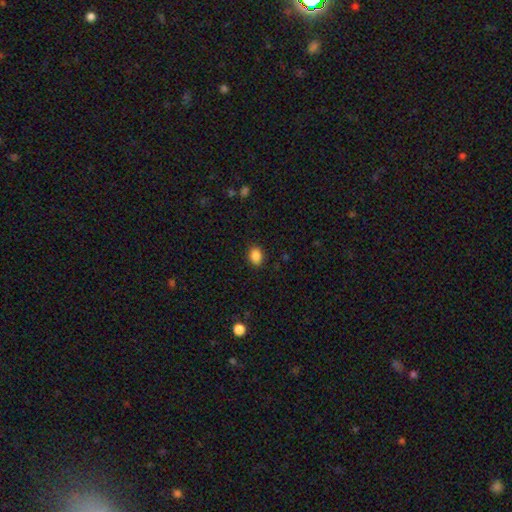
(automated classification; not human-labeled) Smooth or featured: smooth — 88% (star or artifact — 9%)
How rounded: in between — 70% (round — 29%)
Merging: none — 89% (minor disturbance — 8%)